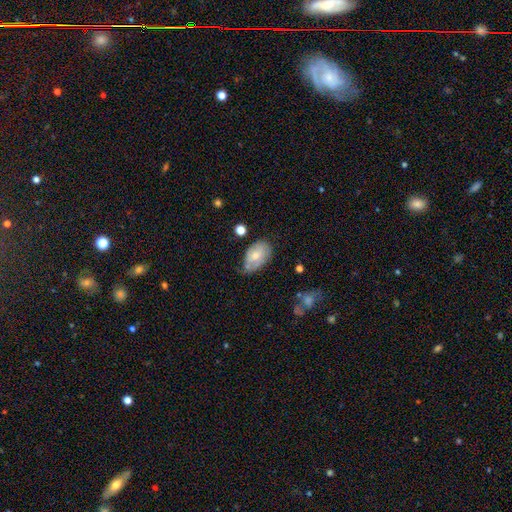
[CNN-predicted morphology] The model was most divided on "merging": none: 47%, minor disturbance: 37%, major disturbance: 11%, merger: 5%. More confident: how rounded — in between (90%); smooth or featured — smooth (56%).